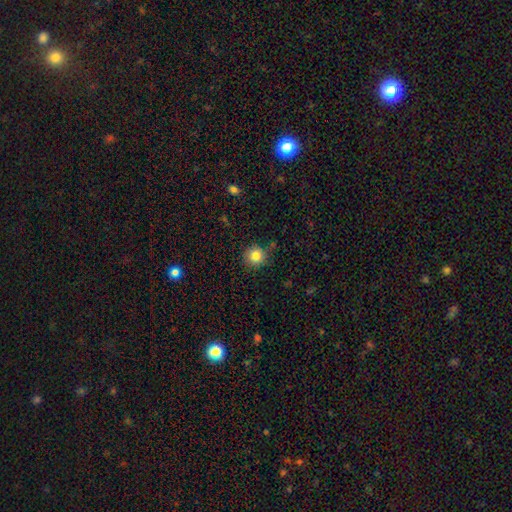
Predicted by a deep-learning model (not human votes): Smooth or featured? smooth (83%)
How rounded? round (94%)
Merging? none (85%)